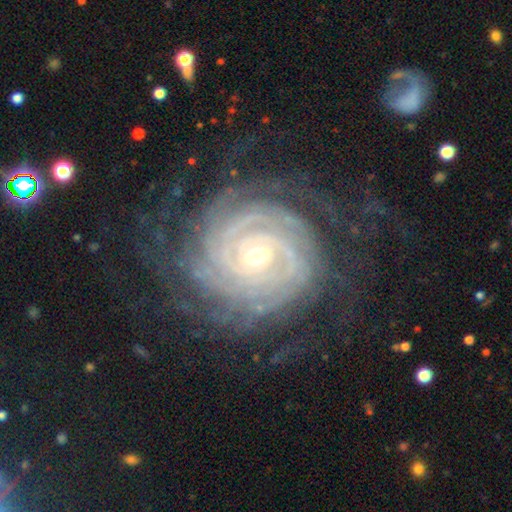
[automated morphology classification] Overall: featured or disk (91%). Edge-on disk: no (98%). Bar: no (49%; weak 33%). Spiral arms: yes (98%). Spiral arm count: can't tell (23%; more than 4 21%). Spiral winding: tight (89%). Bulge size: small (66%; moderate 31%). Merging: none (77%).